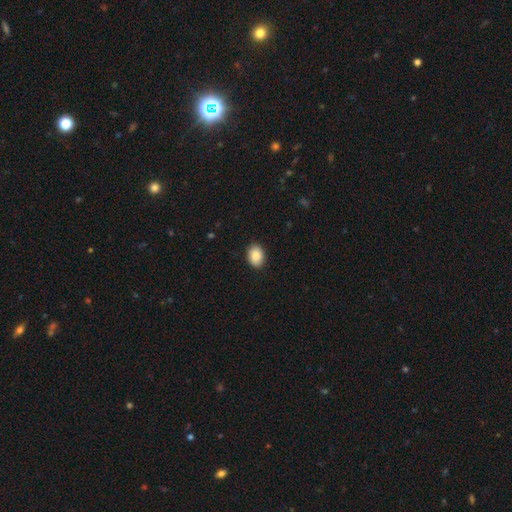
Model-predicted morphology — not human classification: smooth_or_featured: smooth (p=0.90) [alt: star or artifact p=0.07]
how_rounded: in between (p=0.77) [alt: round p=0.22]
merging: none (p=0.89) [alt: minor disturbance p=0.08]